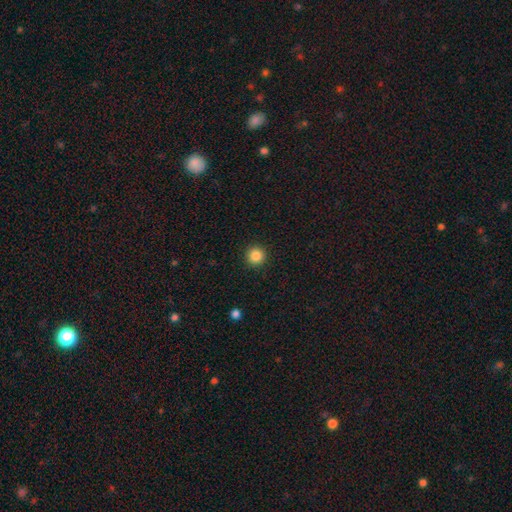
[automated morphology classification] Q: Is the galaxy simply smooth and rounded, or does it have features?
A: smooth — 86%.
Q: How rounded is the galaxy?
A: round — 95%.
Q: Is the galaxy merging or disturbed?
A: none — 92%.